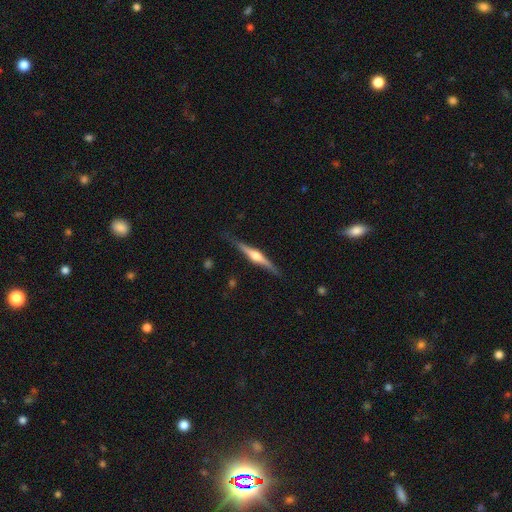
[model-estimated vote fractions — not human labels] A featured or disk galaxy (75%) viewed edge-on (98%) with a rounded central bulge (91%).

Vote fractions:
- Smooth or featured? featured or disk: 75% / smooth: 19% / star or artifact: 5%
- Edge-on disk? yes: 98% / no: 2%
- Edge-on bulge? rounded: 91% / boxy: 6% / none: 3%
- Merging? none: 84% / minor disturbance: 13% / major disturbance: 2% / merger: 1%